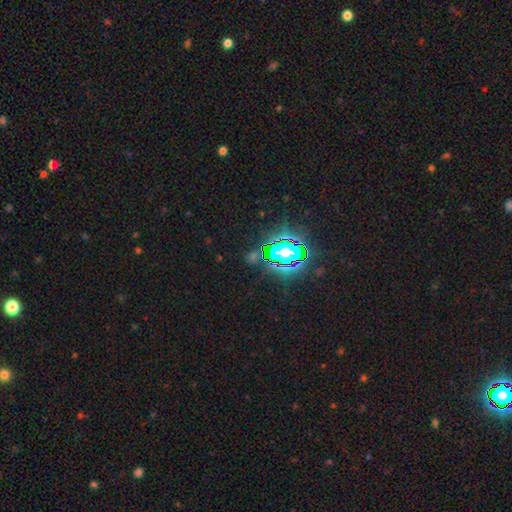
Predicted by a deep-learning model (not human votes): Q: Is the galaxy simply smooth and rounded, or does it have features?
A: star or artifact — 78%.